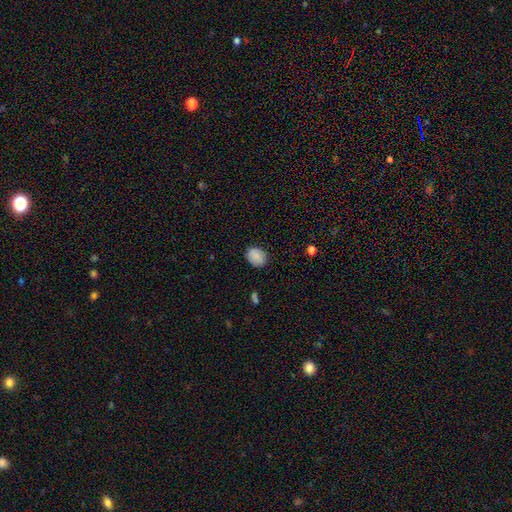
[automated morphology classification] Q: Smooth or featured?
A: smooth (87%); runner-up: star or artifact (8%)
Q: How rounded?
A: in between (61%); runner-up: round (38%)
Q: Merging?
A: none (83%); runner-up: minor disturbance (13%)